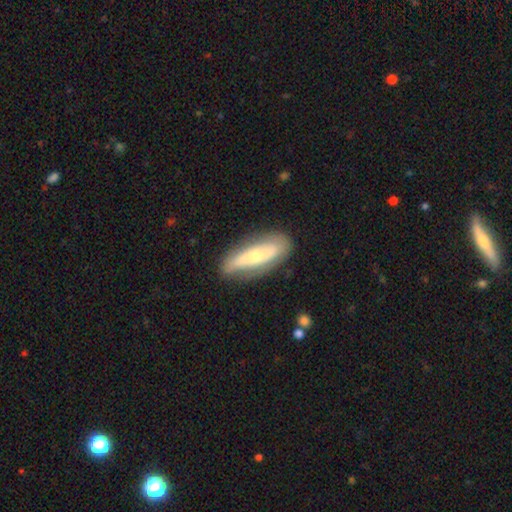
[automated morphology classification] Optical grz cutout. It shows a featured or disk galaxy (53%). Merging: none (80%).